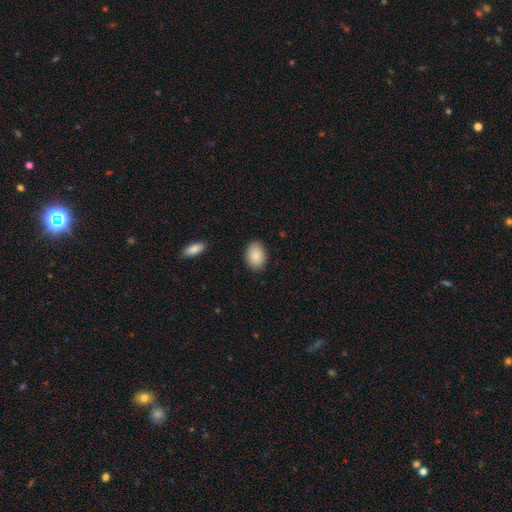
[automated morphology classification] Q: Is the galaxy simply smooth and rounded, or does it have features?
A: smooth — 88%.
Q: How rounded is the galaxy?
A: in between — 79%.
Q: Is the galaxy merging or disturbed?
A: none — 87%.